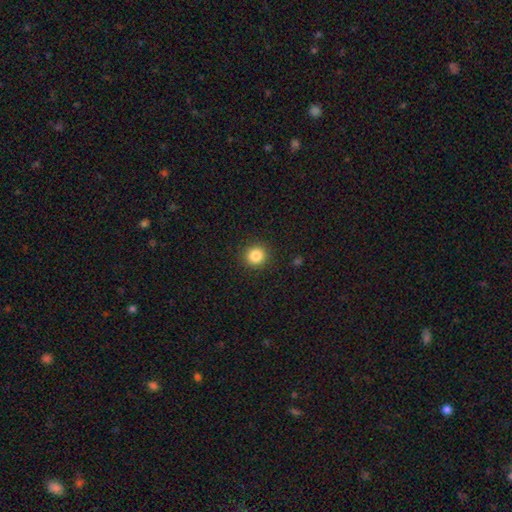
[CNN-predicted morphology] smooth_or_featured: smooth (p=0.85) [alt: star or artifact p=0.10]
how_rounded: round (p=0.91) [alt: in between p=0.08]
merging: none (p=0.91) [alt: minor disturbance p=0.06]